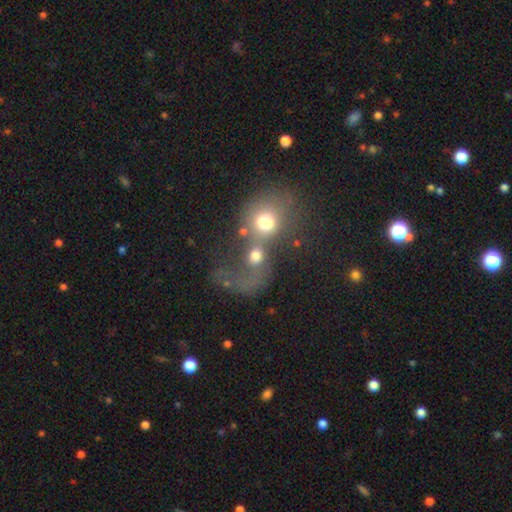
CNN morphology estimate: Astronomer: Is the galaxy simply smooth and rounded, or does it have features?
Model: smooth — 56%.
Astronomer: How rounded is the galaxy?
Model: round — 67%.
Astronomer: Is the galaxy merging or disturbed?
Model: merger — 69%.